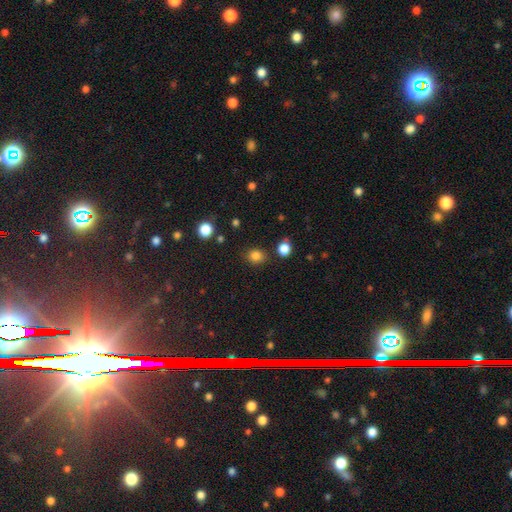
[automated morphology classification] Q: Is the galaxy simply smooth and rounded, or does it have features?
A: smooth — 83%.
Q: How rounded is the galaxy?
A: round — 69%.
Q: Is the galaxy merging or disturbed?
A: none — 83%.